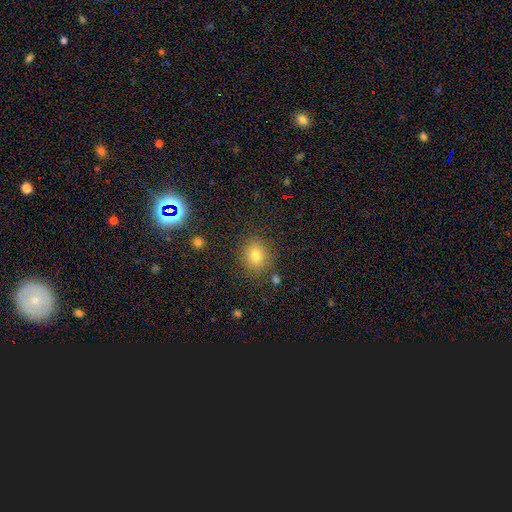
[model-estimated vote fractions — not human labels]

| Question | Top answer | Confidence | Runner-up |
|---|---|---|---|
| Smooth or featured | smooth | 75% | star or artifact (16%) |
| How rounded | round | 78% | in between (21%) |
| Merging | none | 84% | minor disturbance (9%) |